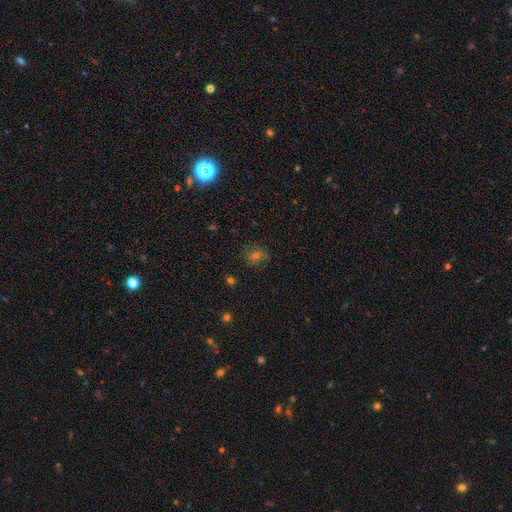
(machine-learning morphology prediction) smooth-or-featured: smooth: 50% | star or artifact: 34% | featured or disk: 16%
  merging: none: 73% | minor disturbance: 18% | major disturbance: 7% | merger: 2%